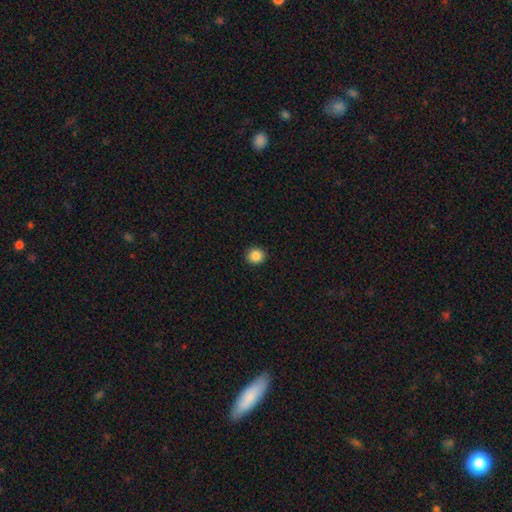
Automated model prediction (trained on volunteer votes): Q: Smooth or featured?
A: smooth (86%); runner-up: star or artifact (10%)
Q: How rounded?
A: round (89%); runner-up: in between (10%)
Q: Merging?
A: none (92%); runner-up: minor disturbance (5%)